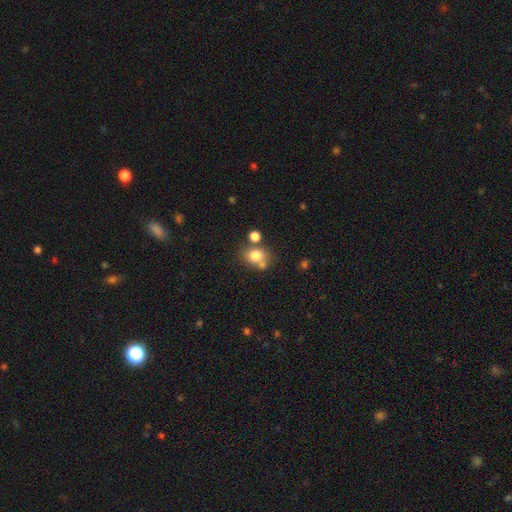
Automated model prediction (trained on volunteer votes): This appears to be a smooth galaxy with no disk features (78%) that is round (62%). Merging: none (56%).